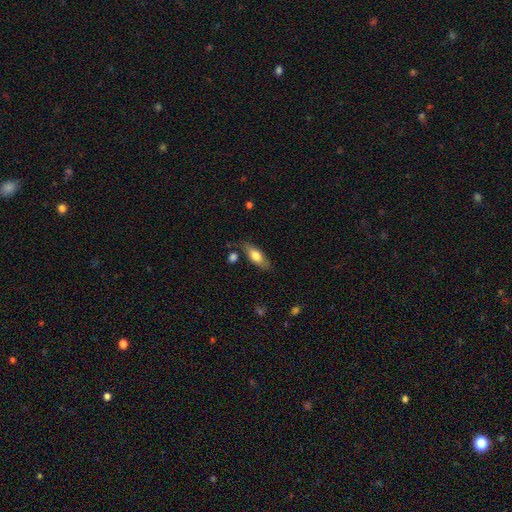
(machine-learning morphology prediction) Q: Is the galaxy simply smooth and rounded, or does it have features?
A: smooth — 70%.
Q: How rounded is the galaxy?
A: in between — 74%.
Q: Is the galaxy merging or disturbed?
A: none — 70%.